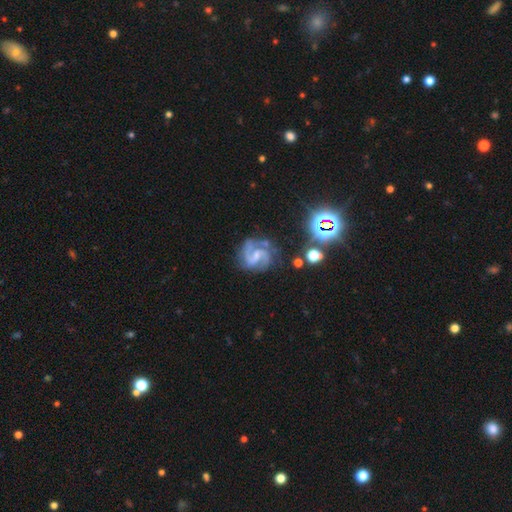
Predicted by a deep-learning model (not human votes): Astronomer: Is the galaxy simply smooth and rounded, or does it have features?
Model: featured or disk — 89%.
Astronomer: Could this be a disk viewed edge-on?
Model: no — 98%.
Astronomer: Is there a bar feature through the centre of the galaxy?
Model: weak — 53% (runner-up: no, 29%).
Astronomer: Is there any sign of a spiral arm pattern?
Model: yes — 98%.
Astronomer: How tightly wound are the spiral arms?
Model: medium — 60%.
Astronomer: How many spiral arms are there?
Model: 2 — 80%.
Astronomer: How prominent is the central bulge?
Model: small — 58%.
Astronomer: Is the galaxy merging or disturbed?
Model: none — 68%.